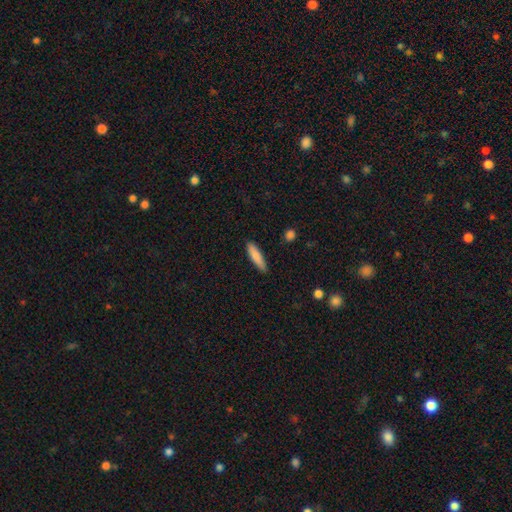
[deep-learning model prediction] Q: Smooth or featured?
A: smooth (84%); runner-up: featured or disk (10%)
Q: How rounded?
A: cigar-shaped (79%); runner-up: in between (20%)
Q: Merging?
A: none (86%); runner-up: minor disturbance (11%)